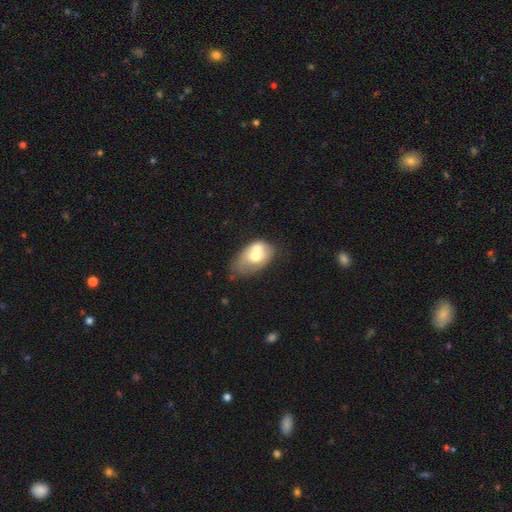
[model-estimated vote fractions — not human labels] Smooth or featured? Predicted: smooth (p=0.56). How rounded? Predicted: in between (p=0.85). Merging? Predicted: merger (p=0.49).